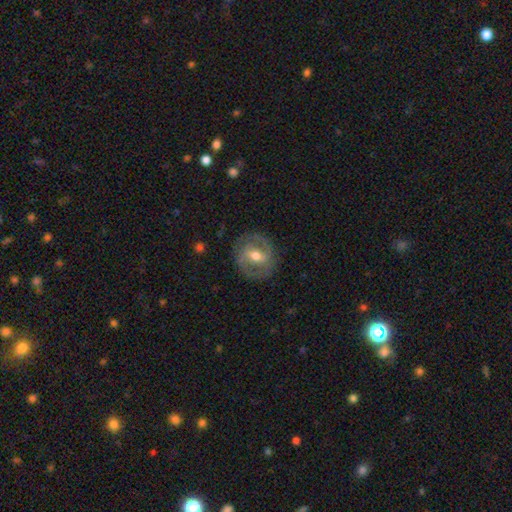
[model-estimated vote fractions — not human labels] Smooth or featured? featured or disk (76%)
Edge-on disk? no (96%)
Bar? weak (44%)
Spiral arms? yes (81%)
Spiral winding? medium (47%)
Spiral arm count? 2 (86%)
Bulge size? moderate (71%)
Merging? none (83%)